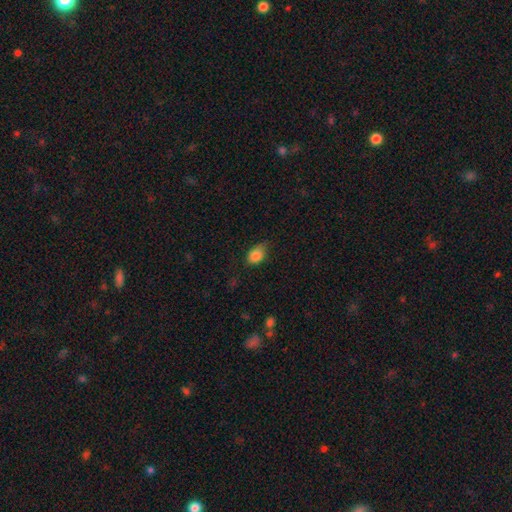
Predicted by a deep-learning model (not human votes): This appears to be a smooth galaxy with no disk features (84%) that is in between round and cigar-shaped (70%). Merging: none (57%).